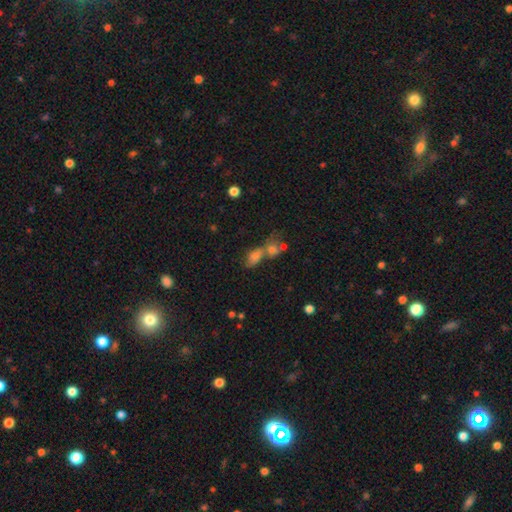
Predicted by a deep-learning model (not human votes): smooth_or_featured: smooth (p=0.58) [alt: star or artifact p=0.23]
how_rounded: in between (p=0.69) [alt: round p=0.21]
merging: merger (p=0.50) [alt: none p=0.32]